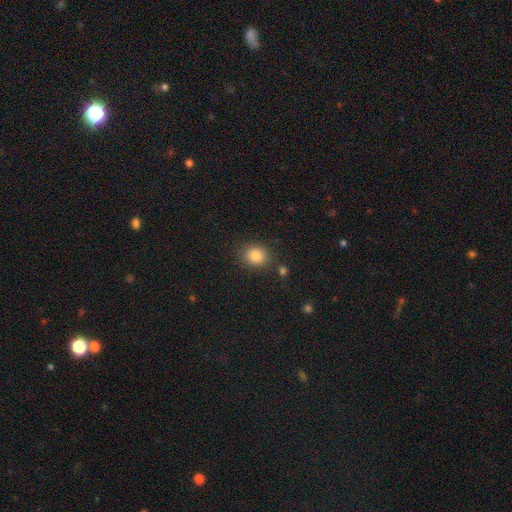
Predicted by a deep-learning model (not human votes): Smooth or featured?
  - smooth: 84% *
  - star or artifact: 11%
  - featured or disk: 6%
How rounded?
  - round: 70% *
  - in between: 29%
  - cigar-shaped: 1%
Merging?
  - none: 83% *
  - minor disturbance: 10%
  - merger: 4%
  - major disturbance: 3%